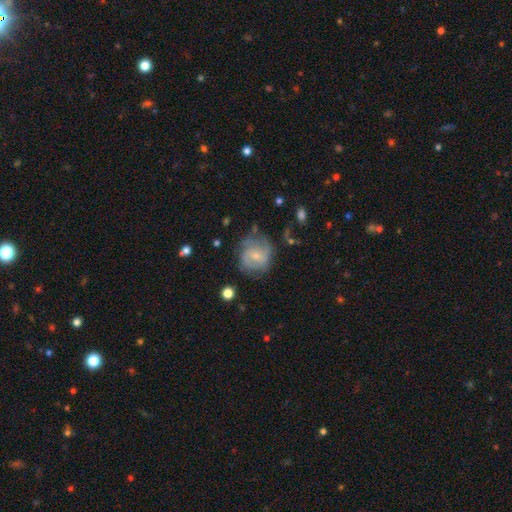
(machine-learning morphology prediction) This appears to be a featured or disk galaxy (52%) with no bar (61%), spiral arms (65%) and a small central bulge (63%). Merging: none (58%).